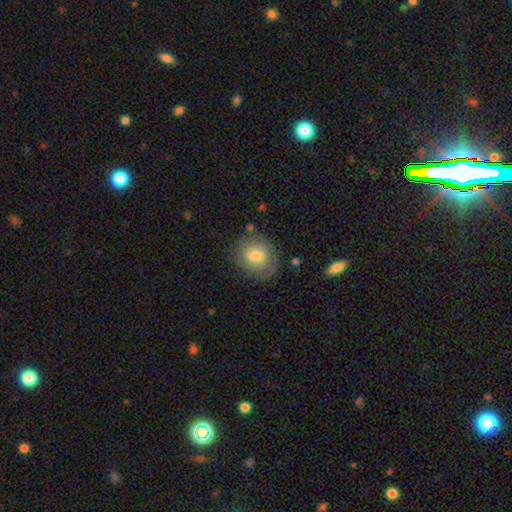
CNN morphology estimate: Overall: smooth (74%). How rounded: round (61%; in between 38%). Merging: none (76%).